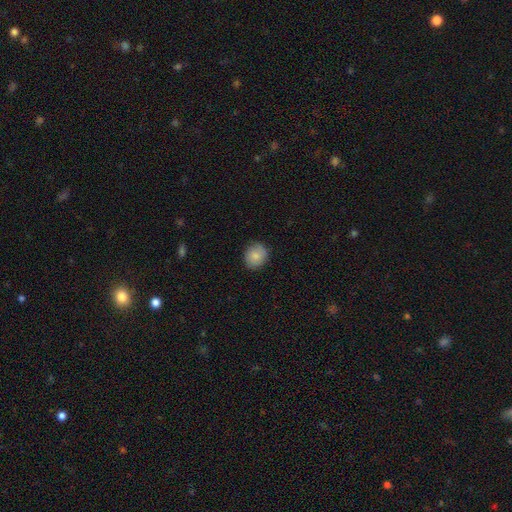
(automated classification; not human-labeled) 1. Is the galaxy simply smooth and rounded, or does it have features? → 82% smooth, 11% featured or disk, 7% star or artifact.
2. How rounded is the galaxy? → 76% round, 23% in between, 1% cigar-shaped.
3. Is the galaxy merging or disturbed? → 83% none, 13% minor disturbance, 3% major disturbance, 1% merger.